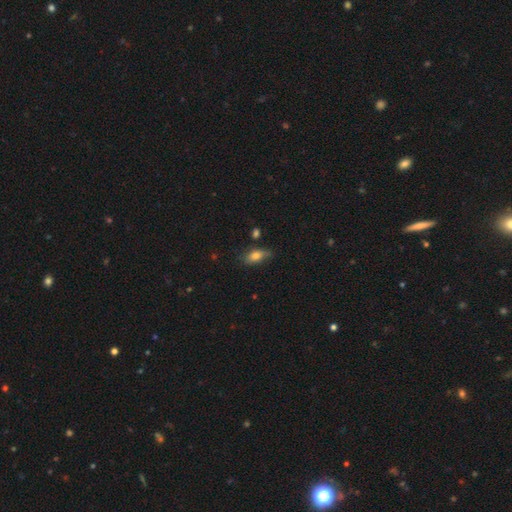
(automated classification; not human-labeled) smooth_or_featured: smooth (p=0.72) [alt: featured or disk p=0.19]
how_rounded: in between (p=0.79) [alt: cigar-shaped p=0.15]
merging: none (p=0.59) [alt: minor disturbance p=0.30]